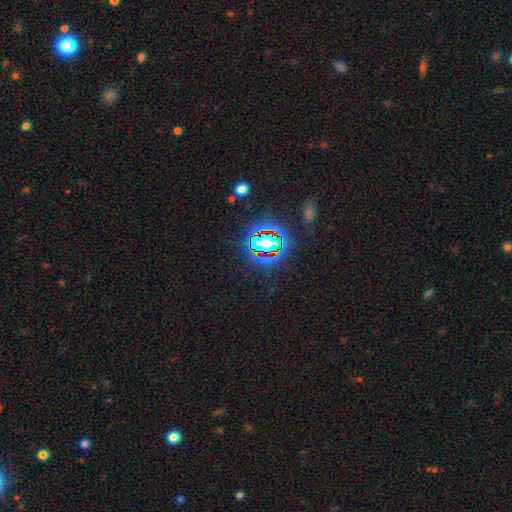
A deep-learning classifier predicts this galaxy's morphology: This is likely a star or artifact rather than a galaxy (79%).